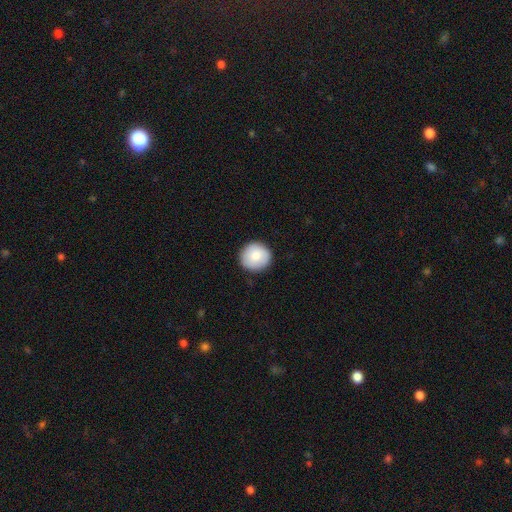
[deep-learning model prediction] Smooth or featured?
  - smooth: 82% *
  - featured or disk: 12%
  - star or artifact: 7%
How rounded?
  - round: 93% *
  - in between: 6%
  - cigar-shaped: 1%
Merging?
  - none: 90% *
  - minor disturbance: 8%
  - major disturbance: 2%
  - merger: 1%